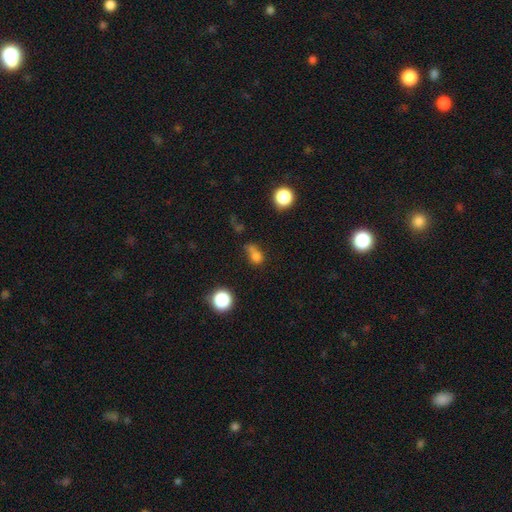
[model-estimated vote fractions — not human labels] Overall: smooth (71%). How rounded: round (63%; in between 34%). Merging: merger (36%; none 34%).